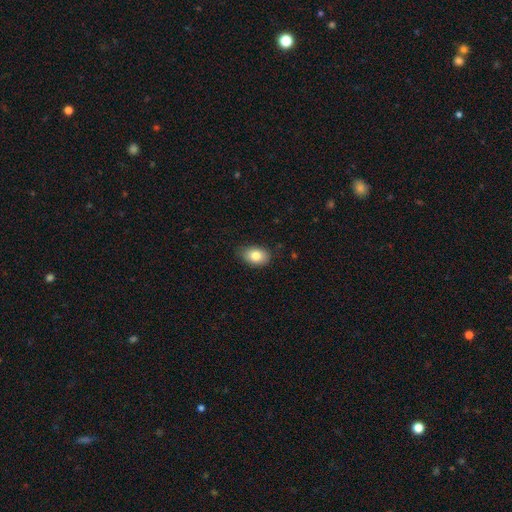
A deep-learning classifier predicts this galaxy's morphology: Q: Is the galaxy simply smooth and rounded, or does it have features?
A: smooth — 82%.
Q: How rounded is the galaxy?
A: in between — 81%.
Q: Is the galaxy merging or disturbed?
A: none — 80%.